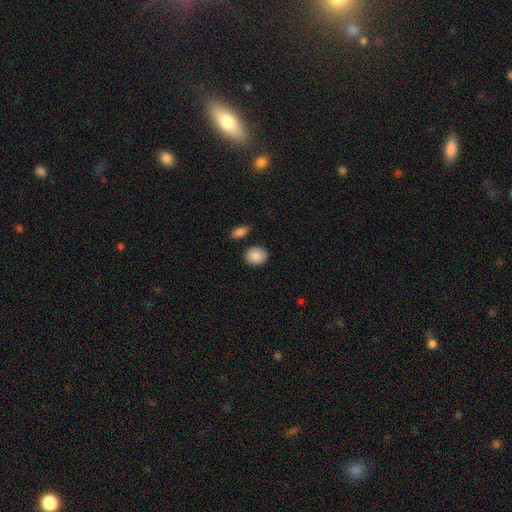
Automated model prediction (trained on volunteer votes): Q: Smooth or featured?
A: smooth (89%); runner-up: star or artifact (7%)
Q: How rounded?
A: round (66%); runner-up: in between (33%)
Q: Merging?
A: none (84%); runner-up: minor disturbance (10%)